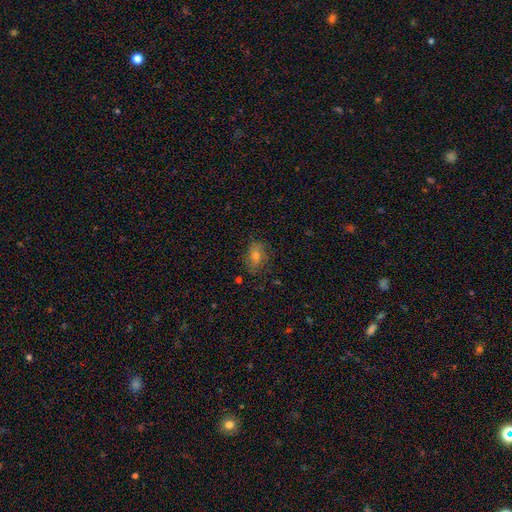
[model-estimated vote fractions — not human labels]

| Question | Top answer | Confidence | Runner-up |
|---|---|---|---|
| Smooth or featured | smooth | 58% | featured or disk (24%) |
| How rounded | in between | 70% | round (28%) |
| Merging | none | 76% | minor disturbance (17%) |